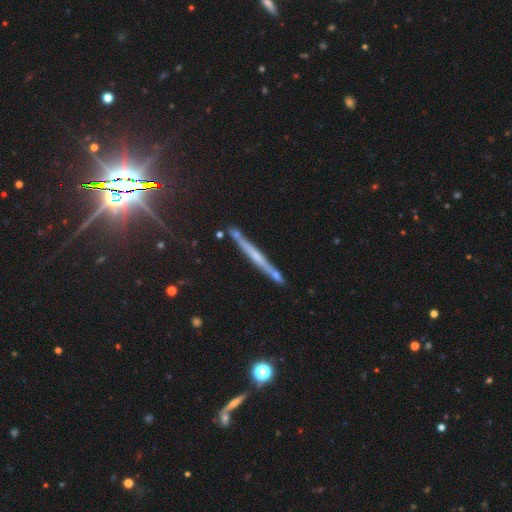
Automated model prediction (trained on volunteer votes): This is likely a featured or disk galaxy (60%). It is clearly viewed edge-on (96%). Edge-on bulge: likely none (62%). Merging: clearly none (83%).